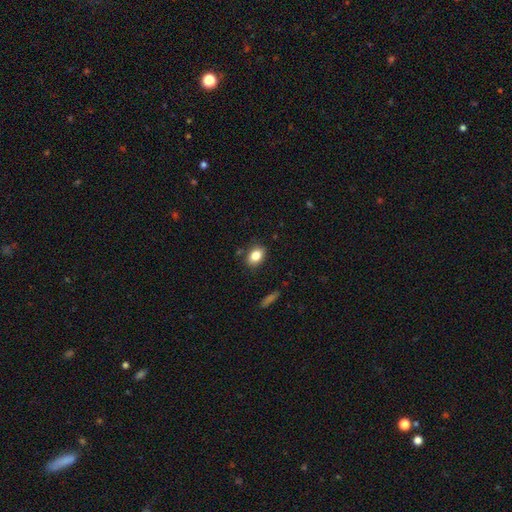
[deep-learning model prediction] Smooth or featured? Predicted: smooth (p=0.83). How rounded? Predicted: in between (p=0.77). Merging? Predicted: none (p=0.84).